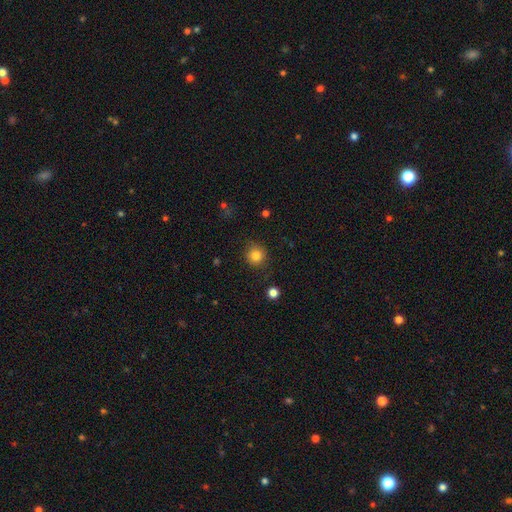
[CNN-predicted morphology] Smooth or featured?
  - smooth: 83% *
  - star or artifact: 12%
  - featured or disk: 5%
How rounded?
  - round: 93% *
  - in between: 6%
  - cigar-shaped: 1%
Merging?
  - none: 88% *
  - minor disturbance: 8%
  - major disturbance: 3%
  - merger: 1%